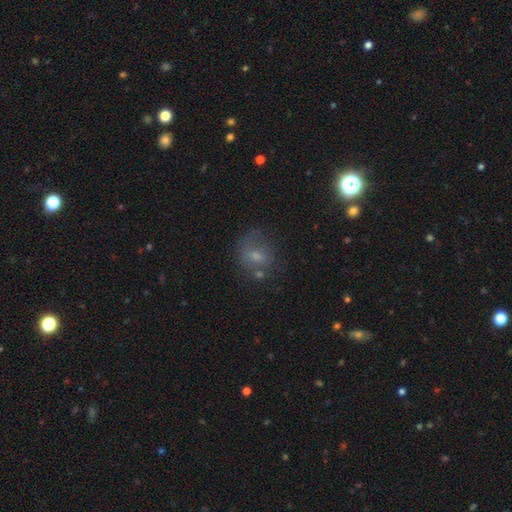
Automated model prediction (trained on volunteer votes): Smooth or featured?
  - smooth: 56% *
  - featured or disk: 25%
  - star or artifact: 18%
How rounded?
  - round: 56% *
  - in between: 42%
  - cigar-shaped: 2%
Merging?
  - none: 55% *
  - minor disturbance: 22%
  - major disturbance: 17%
  - merger: 6%